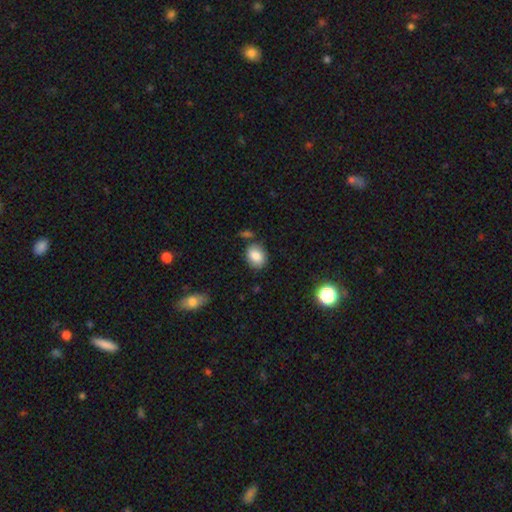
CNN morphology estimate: Smooth or featured: smooth — 84% (star or artifact — 9%)
How rounded: in between — 60% (round — 39%)
Merging: none — 75% (minor disturbance — 15%)